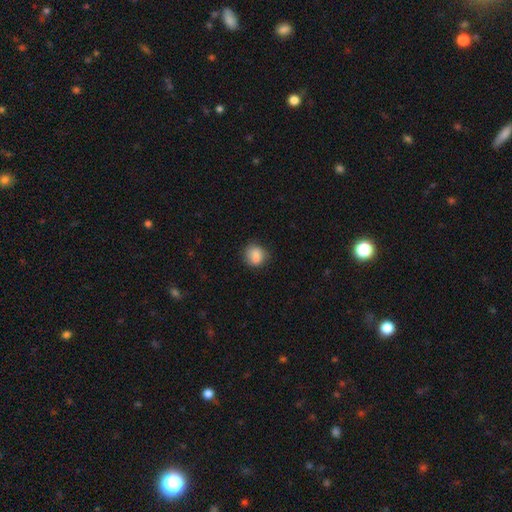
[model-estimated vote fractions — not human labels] A smooth galaxy with no disk features (78%) that is round (75%).

Vote fractions:
- Smooth or featured? smooth: 78% / featured or disk: 13% / star or artifact: 9%
- How rounded? round: 75% / in between: 24% / cigar-shaped: 1%
- Merging? none: 62% / minor disturbance: 21% / merger: 12% / major disturbance: 6%